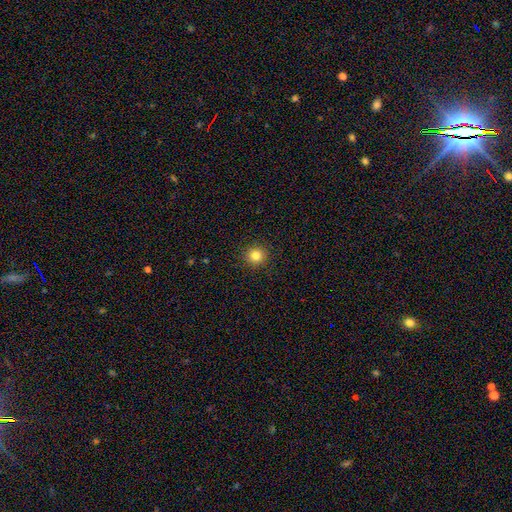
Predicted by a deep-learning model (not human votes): Q: Smooth or featured?
A: smooth (83%); runner-up: star or artifact (12%)
Q: How rounded?
A: round (94%); runner-up: in between (5%)
Q: Merging?
A: none (92%); runner-up: minor disturbance (5%)